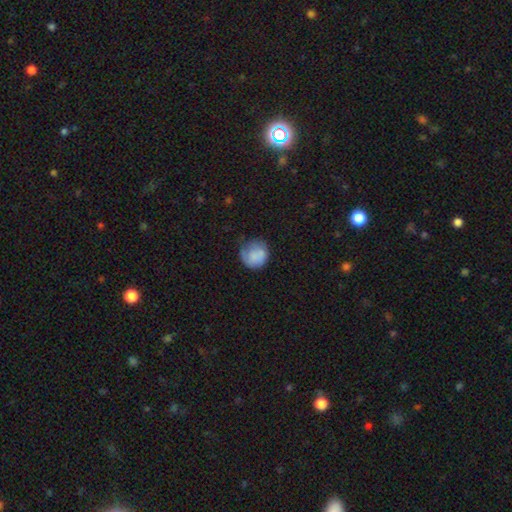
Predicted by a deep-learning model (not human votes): The model was most divided on "merging": none: 52%, minor disturbance: 31%, major disturbance: 14%, merger: 3%. More confident: how rounded — round (86%); smooth or featured — smooth (73%).